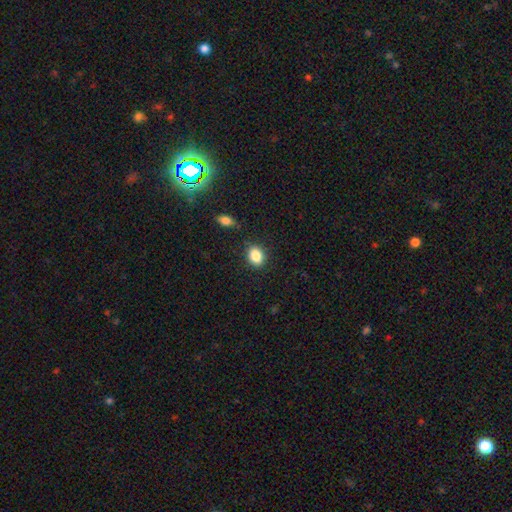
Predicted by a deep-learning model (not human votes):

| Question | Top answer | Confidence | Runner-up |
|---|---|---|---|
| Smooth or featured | smooth | 85% | star or artifact (10%) |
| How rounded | in between | 57% | round (42%) |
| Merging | none | 84% | minor disturbance (11%) |